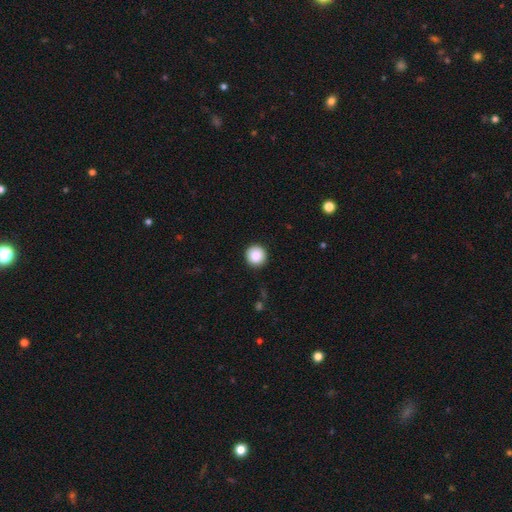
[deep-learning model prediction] This is clearly a smooth galaxy (87%). How rounded: clearly round (96%). Merging: clearly none (92%).